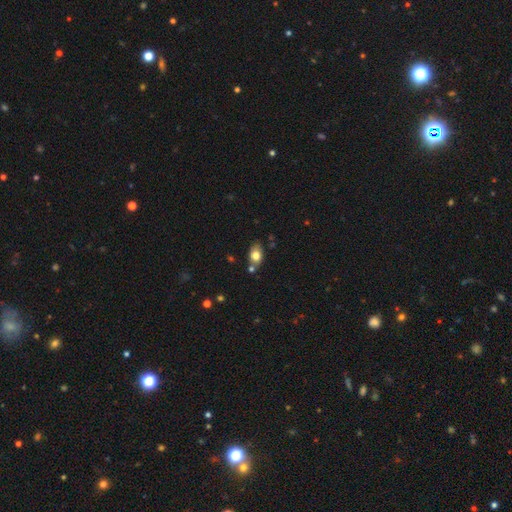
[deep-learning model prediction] Q: Smooth or featured?
A: smooth (77%); runner-up: featured or disk (14%)
Q: How rounded?
A: in between (79%); runner-up: round (19%)
Q: Merging?
A: none (67%); runner-up: minor disturbance (17%)